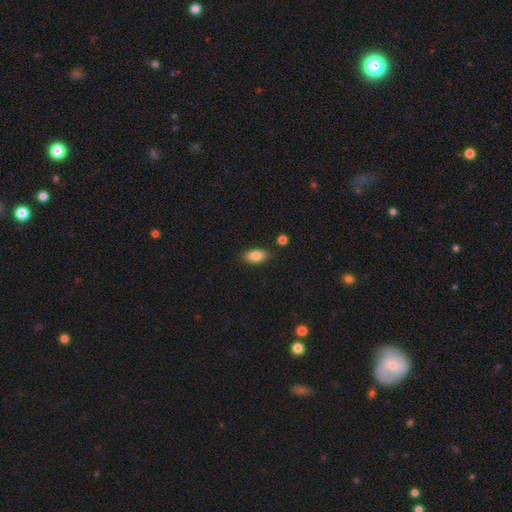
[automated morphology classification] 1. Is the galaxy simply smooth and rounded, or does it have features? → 81% smooth, 11% featured or disk, 7% star or artifact.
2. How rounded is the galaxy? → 86% in between, 9% cigar-shaped, 4% round.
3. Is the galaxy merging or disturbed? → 84% none, 11% minor disturbance, 3% merger, 2% major disturbance.